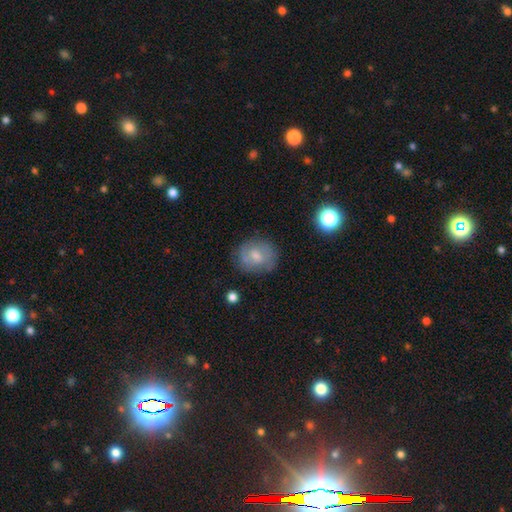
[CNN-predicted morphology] Smooth or featured? Predicted: smooth (p=0.50). How rounded? Predicted: round (p=0.69). Merging? Predicted: none (p=0.73).